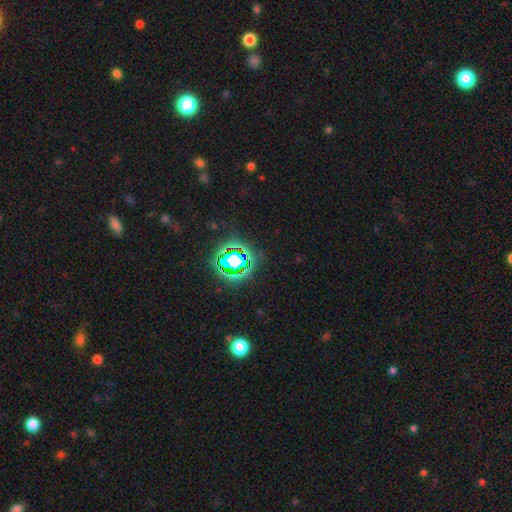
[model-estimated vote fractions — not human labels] Smooth or featured?
  - star or artifact: 80% *
  - smooth: 13%
  - featured or disk: 7%